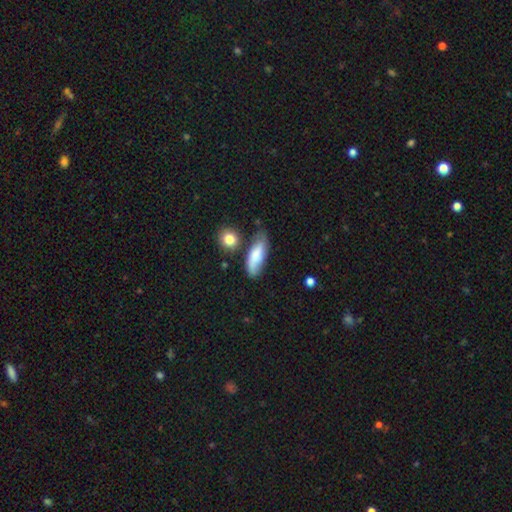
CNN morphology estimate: Smooth or featured? smooth (68%)
How rounded? in between (70%)
Merging? none (60%)